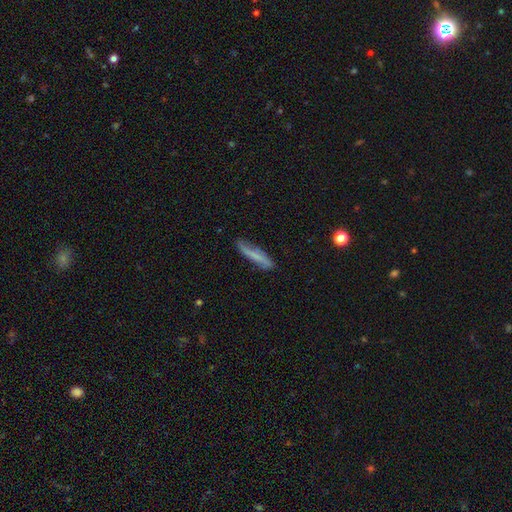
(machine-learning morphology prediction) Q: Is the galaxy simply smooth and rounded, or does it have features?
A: smooth — 52%.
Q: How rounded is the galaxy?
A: cigar-shaped — 87%.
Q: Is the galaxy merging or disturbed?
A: none — 73%.